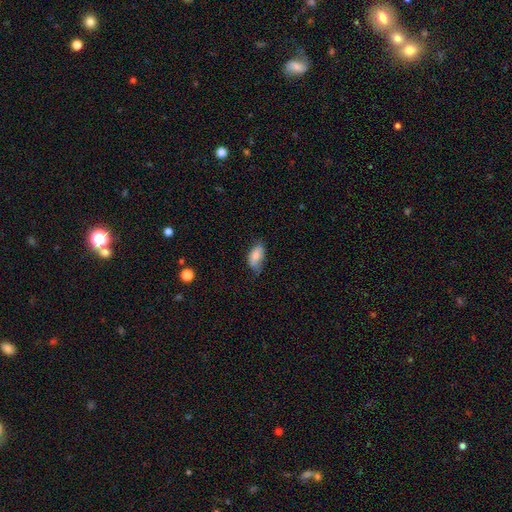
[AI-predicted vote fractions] This is likely a smooth galaxy (77%). How rounded: clearly in between (90%). Merging: possibly none (53%).